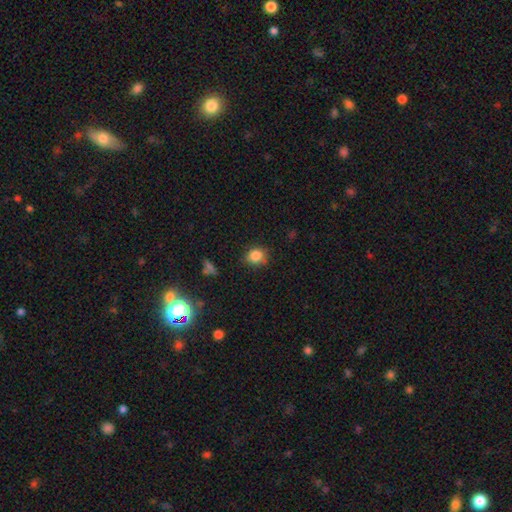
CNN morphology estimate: Q: Smooth or featured?
A: smooth (84%); runner-up: star or artifact (11%)
Q: How rounded?
A: round (66%); runner-up: in between (33%)
Q: Merging?
A: none (77%); runner-up: minor disturbance (18%)